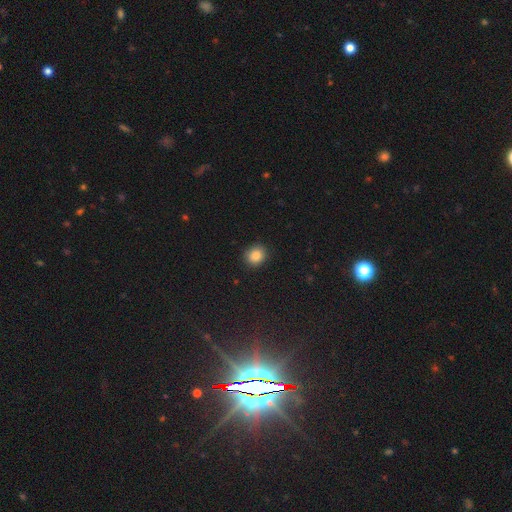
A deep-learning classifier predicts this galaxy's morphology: A smooth galaxy with no disk features (87%) that is round (78%).

Vote fractions:
- Smooth or featured? smooth: 87% / star or artifact: 10% / featured or disk: 4%
- How rounded? round: 78% / in between: 21% / cigar-shaped: 1%
- Merging? none: 89% / minor disturbance: 8% / major disturbance: 2% / merger: 1%